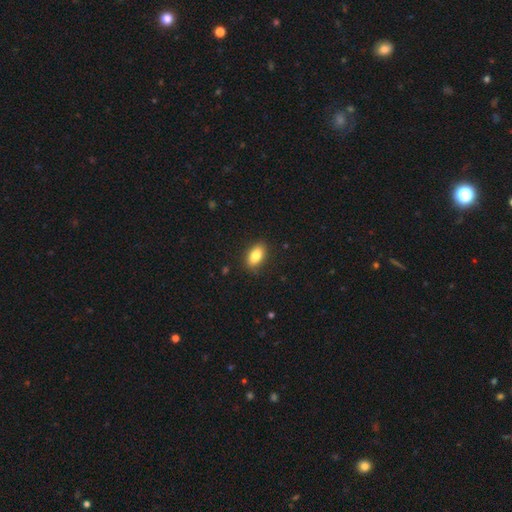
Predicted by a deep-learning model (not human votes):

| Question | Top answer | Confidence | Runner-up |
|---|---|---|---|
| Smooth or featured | smooth | 84% | featured or disk (9%) |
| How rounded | in between | 90% | round (6%) |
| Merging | none | 86% | minor disturbance (10%) |